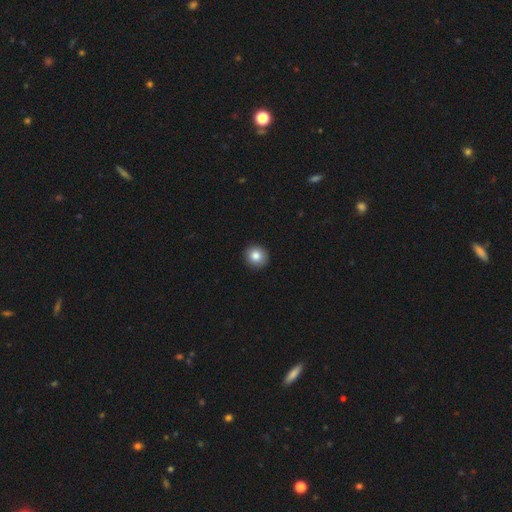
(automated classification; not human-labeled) Smooth or featured? Predicted: smooth (p=0.84). How rounded? Predicted: round (p=0.91). Merging? Predicted: none (p=0.93).